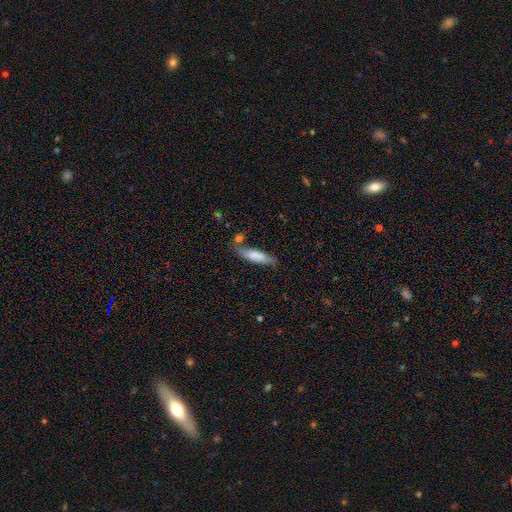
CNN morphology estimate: A smooth galaxy with no disk features (72%) that is cigar-shaped (73%).

Vote fractions:
- Smooth or featured? smooth: 72% / featured or disk: 22% / star or artifact: 6%
- How rounded? cigar-shaped: 73% / in between: 25% / round: 2%
- Merging? none: 63% / minor disturbance: 21% / merger: 10% / major disturbance: 6%